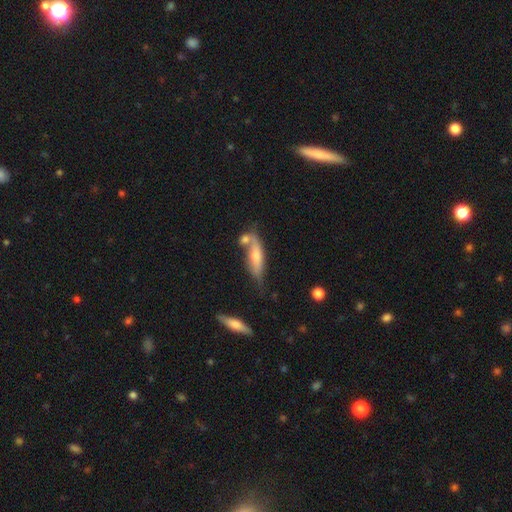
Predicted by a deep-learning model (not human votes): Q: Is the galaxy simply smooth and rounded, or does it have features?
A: featured or disk — 48%.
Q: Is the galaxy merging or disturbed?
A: none — 54%.